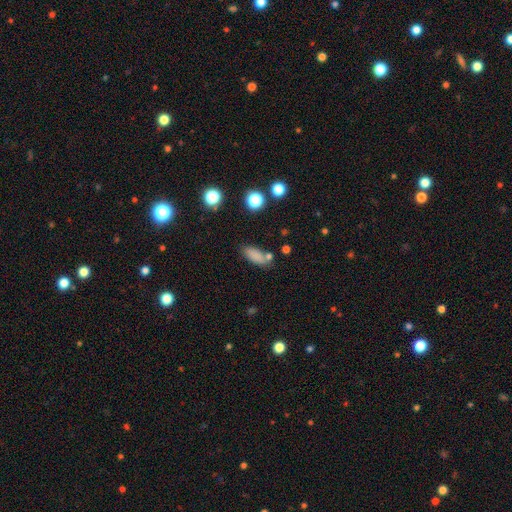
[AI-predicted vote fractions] smooth 82%, star or artifact 11%, featured or disk 7%. Down the decision tree: how rounded — in between (80%); merging — none (66%).